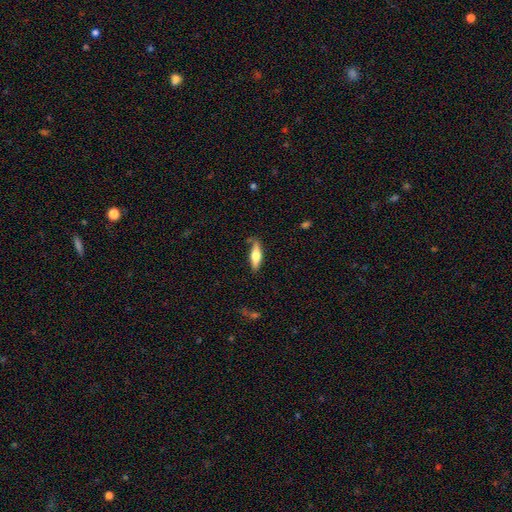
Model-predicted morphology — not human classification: The model was most divided on "how rounded": cigar-shaped: 55%, in between: 43%, round: 2%. More confident: merging — none (75%); smooth or featured — smooth (57%).